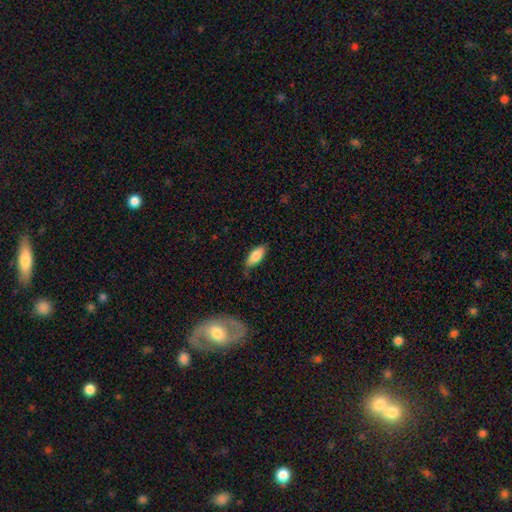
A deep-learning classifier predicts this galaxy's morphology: A smooth galaxy with no disk features (82%) that is in between round and cigar-shaped (82%). Merging: none (75%).